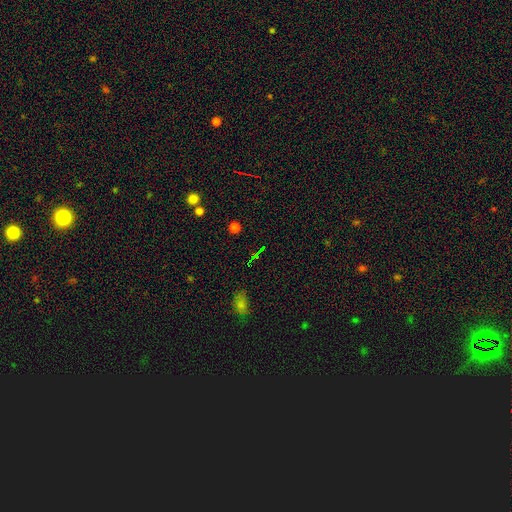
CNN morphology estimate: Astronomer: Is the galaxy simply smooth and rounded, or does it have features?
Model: star or artifact — 59%.